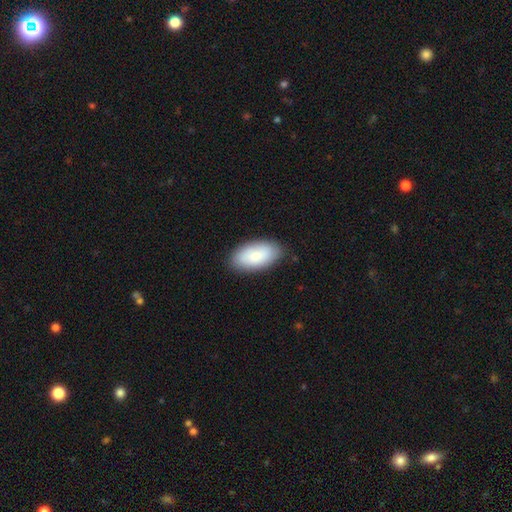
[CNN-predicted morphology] Smooth or featured?
  - smooth: 83% *
  - featured or disk: 11%
  - star or artifact: 6%
How rounded?
  - in between: 95% *
  - round: 3%
  - cigar-shaped: 3%
Merging?
  - none: 84% *
  - minor disturbance: 12%
  - major disturbance: 3%
  - merger: 1%